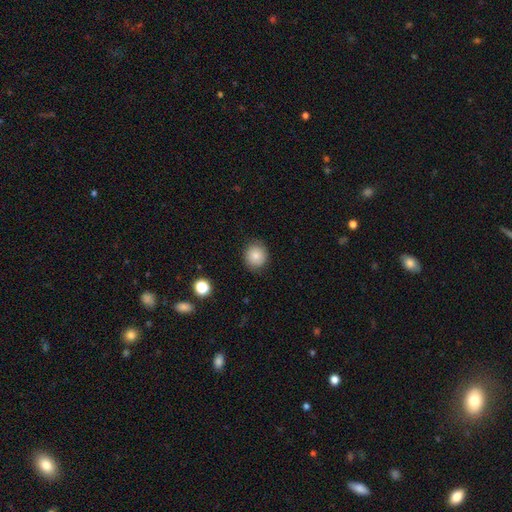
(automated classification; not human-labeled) The model was most divided on "smooth or featured": smooth: 81%, featured or disk: 10%, star or artifact: 9%. More confident: how rounded — round (87%); merging — none (85%).